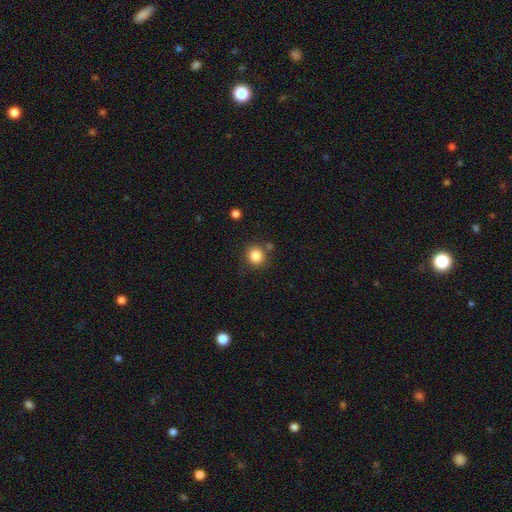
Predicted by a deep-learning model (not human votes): Overall: smooth (84%). How rounded: round (88%). Merging: none (79%).